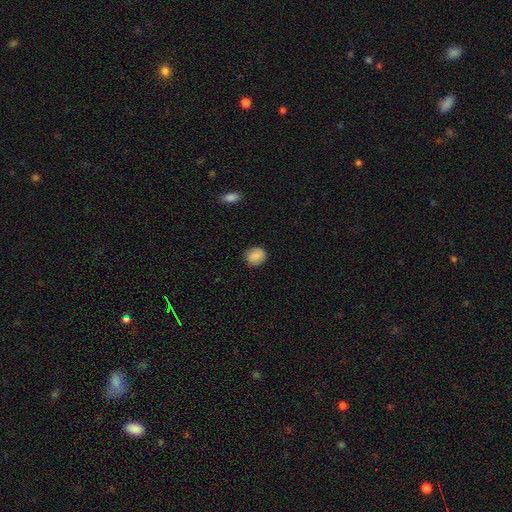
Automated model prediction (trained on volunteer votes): Smooth or featured?
  - smooth: 87% *
  - star or artifact: 8%
  - featured or disk: 5%
How rounded?
  - round: 75% *
  - in between: 24%
  - cigar-shaped: 1%
Merging?
  - none: 87% *
  - minor disturbance: 9%
  - major disturbance: 2%
  - merger: 1%